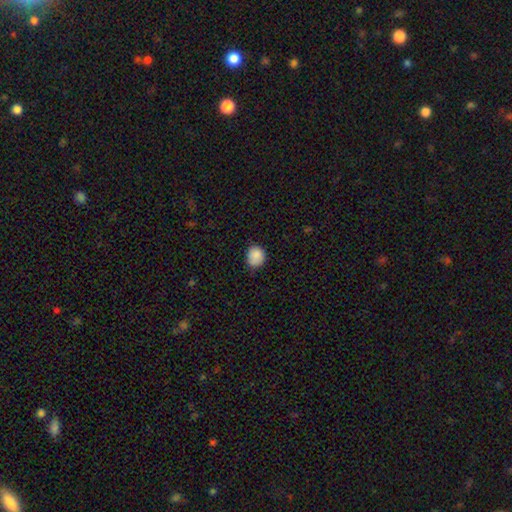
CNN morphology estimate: A smooth galaxy with no disk features (86%) that is round (69%).

Vote fractions:
- Smooth or featured? smooth: 86% / star or artifact: 9% / featured or disk: 5%
- How rounded? round: 69% / in between: 30% / cigar-shaped: 1%
- Merging? none: 68% / minor disturbance: 26% / major disturbance: 4% / merger: 2%